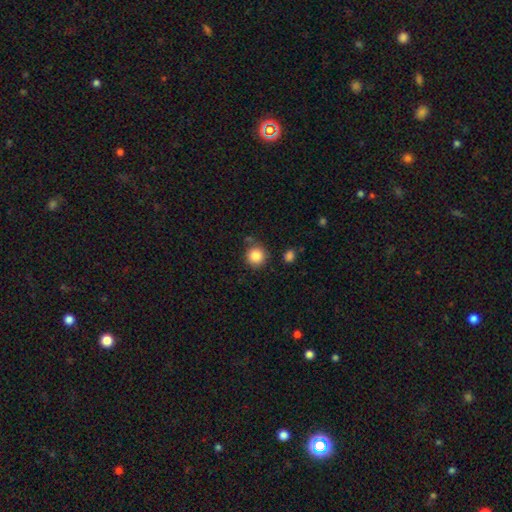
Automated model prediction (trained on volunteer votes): smooth-or-featured: smooth: 85% | star or artifact: 9% | featured or disk: 5%
  how-rounded: round: 92% | in between: 7% | cigar-shaped: 1%
  merging: none: 78% | minor disturbance: 12% | merger: 6% | major disturbance: 3%